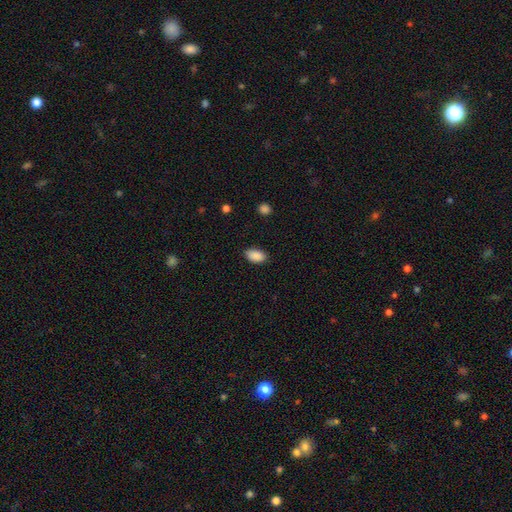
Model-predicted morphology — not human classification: Smooth or featured: smooth — 90% (star or artifact — 7%)
How rounded: in between — 92% (round — 6%)
Merging: none — 84% (minor disturbance — 12%)